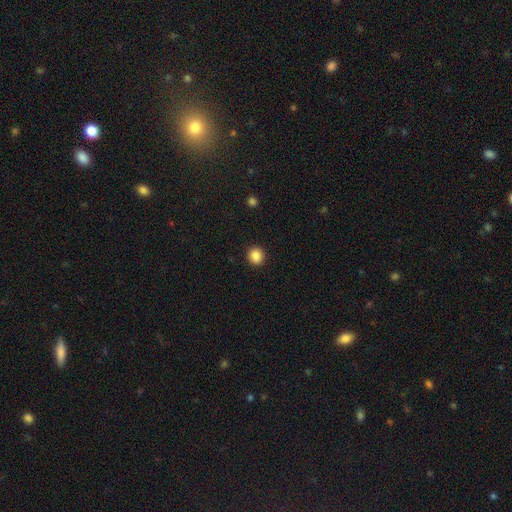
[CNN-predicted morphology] smooth-or-featured: smooth: 87% | star or artifact: 10% | featured or disk: 3%
  how-rounded: round: 86% | in between: 13% | cigar-shaped: 1%
  merging: none: 92% | minor disturbance: 5% | major disturbance: 2% | merger: 1%